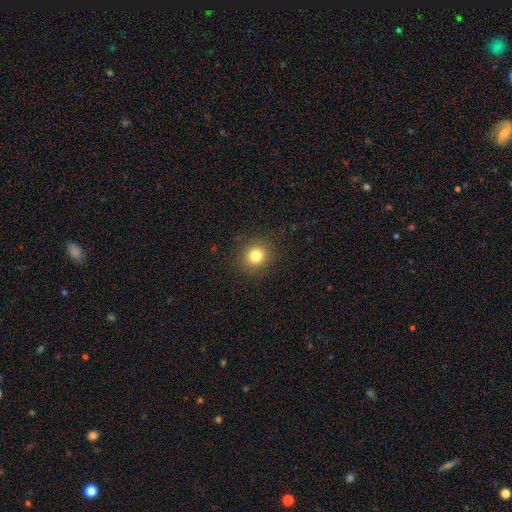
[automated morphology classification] Smooth or featured? Predicted: smooth (p=0.80). How rounded? Predicted: round (p=0.86). Merging? Predicted: none (p=0.90).